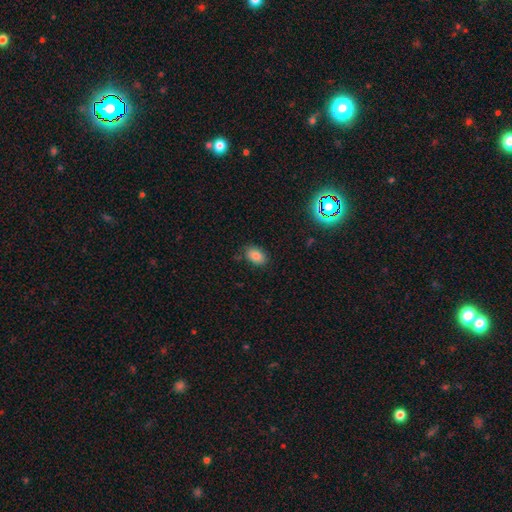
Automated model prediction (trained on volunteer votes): smooth 82%, star or artifact 11%, featured or disk 7%. Down the decision tree: how rounded — in between (86%); merging — none (83%).